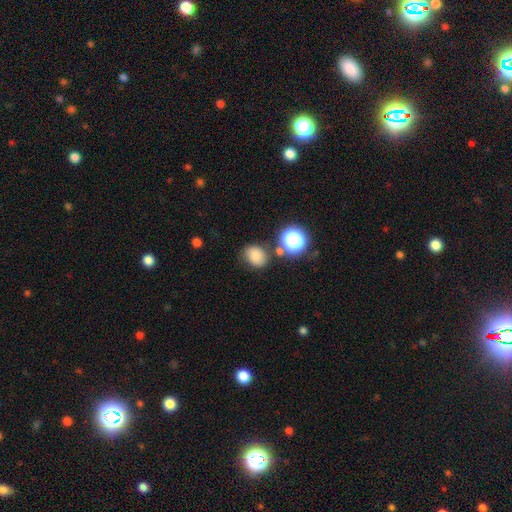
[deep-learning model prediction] A smooth galaxy with no disk features (76%) that is round (57%).

Vote fractions:
- Smooth or featured? smooth: 76% / star or artifact: 15% / featured or disk: 9%
- How rounded? round: 57% / in between: 42% / cigar-shaped: 1%
- Merging? none: 73% / minor disturbance: 14% / merger: 9% / major disturbance: 4%